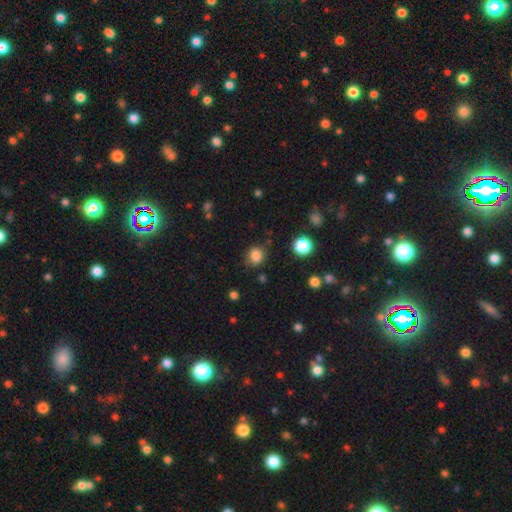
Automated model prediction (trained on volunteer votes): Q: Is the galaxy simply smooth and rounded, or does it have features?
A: smooth — 83%.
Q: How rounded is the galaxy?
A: round — 75%.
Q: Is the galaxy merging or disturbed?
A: none — 81%.